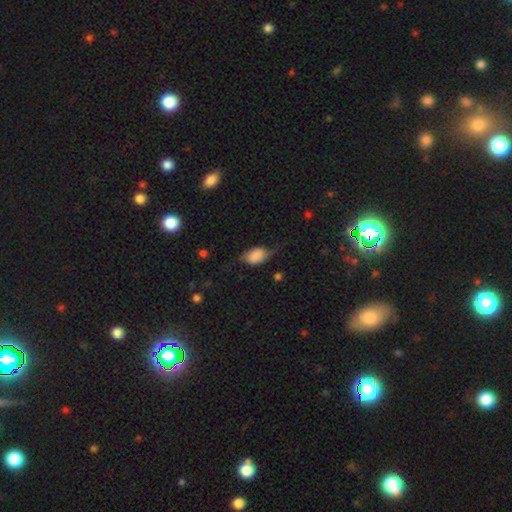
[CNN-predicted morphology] Smooth or featured? smooth (62%)
How rounded? in between (84%)
Merging? none (46%)